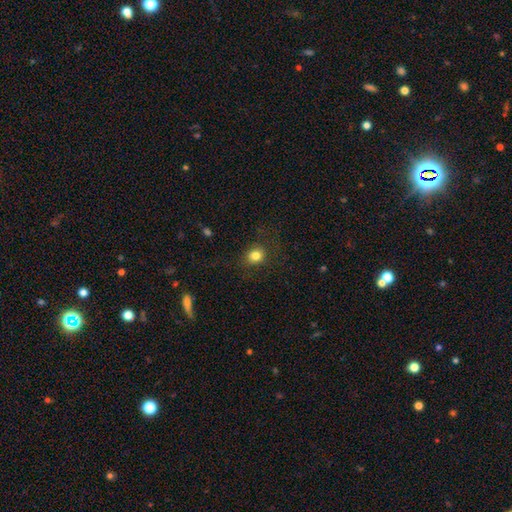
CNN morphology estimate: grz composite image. It shows a smooth galaxy with no disk features (82%) that is round (71%). Merging: none (81%).